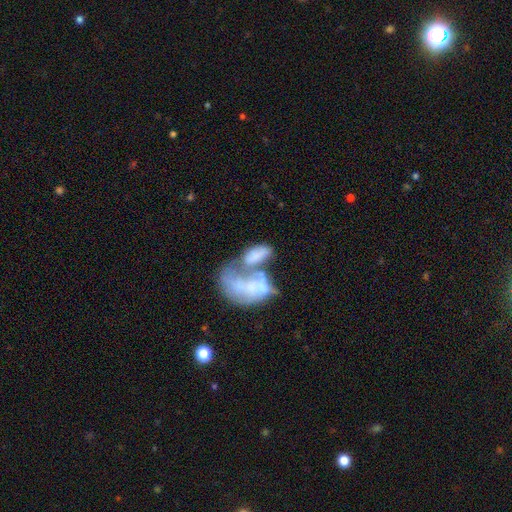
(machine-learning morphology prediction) This appears to be a smooth galaxy with no disk features (50%) that is in between round and cigar-shaped (89%). Merging: merger (59%).